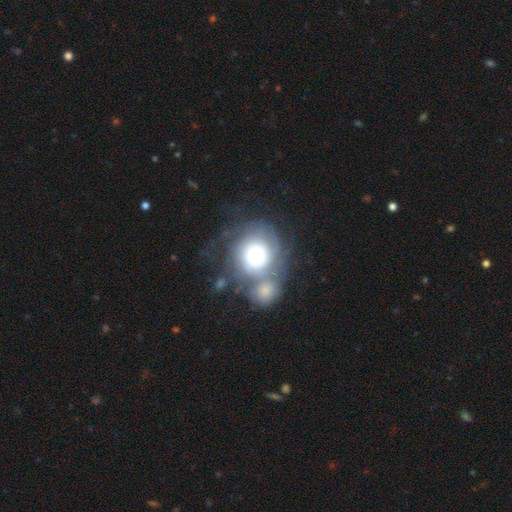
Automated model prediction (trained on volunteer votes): Q: Smooth or featured?
A: featured or disk (60%); runner-up: smooth (33%)
Q: Edge-on disk?
A: no (97%); runner-up: yes (3%)
Q: Bar?
A: no (87%); runner-up: weak (10%)
Q: Spiral arms?
A: yes (64%); runner-up: no (36%)
Q: Bulge size?
A: moderate (52%); runner-up: small (32%)
Q: Merging?
A: merger (44%); runner-up: none (33%)